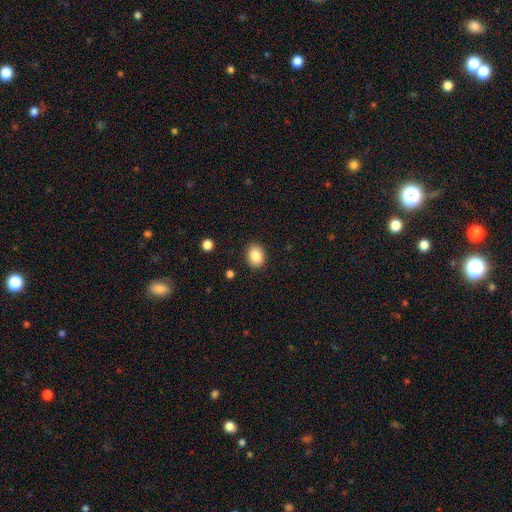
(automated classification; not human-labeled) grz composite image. It shows a smooth galaxy with no disk features (87%) that is in between round and cigar-shaped (56%). Merging: none (89%).